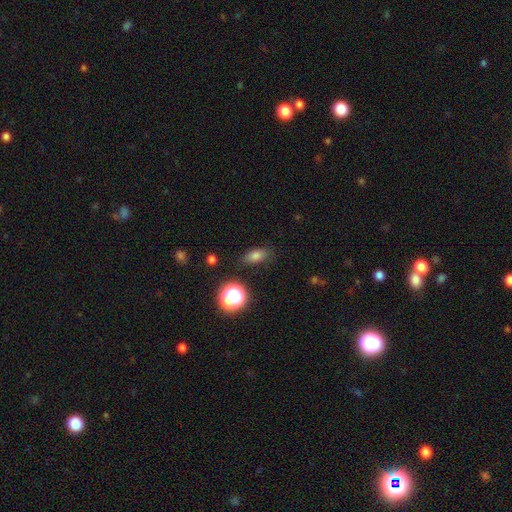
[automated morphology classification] Smooth or featured? smooth (77%)
How rounded? in between (78%)
Merging? none (81%)